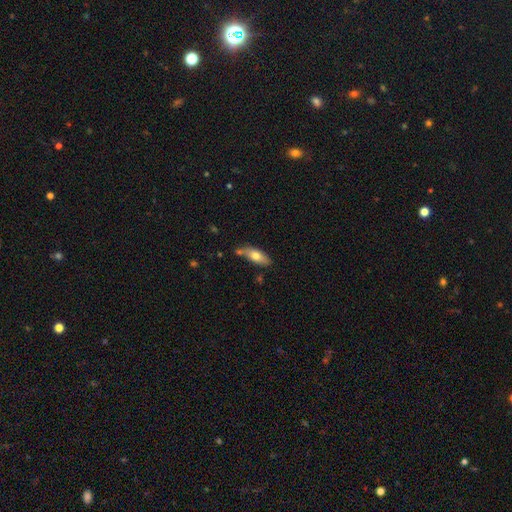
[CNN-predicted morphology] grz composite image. It shows a smooth galaxy with no disk features (68%) that is in between round and cigar-shaped (70%). Merging: none (64%).